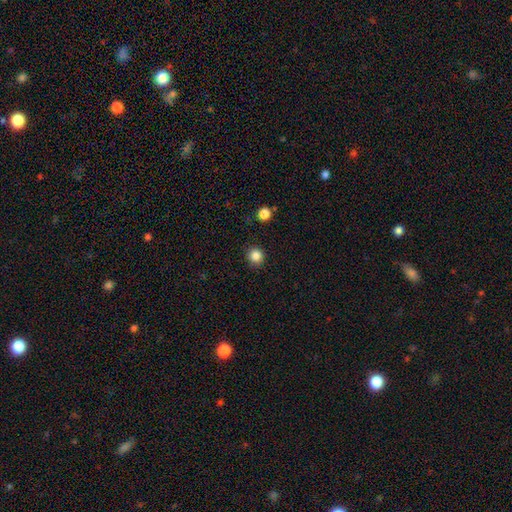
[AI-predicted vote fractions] Morphology: type=smooth (84%); roundness=round (90%); merging=none (90%).